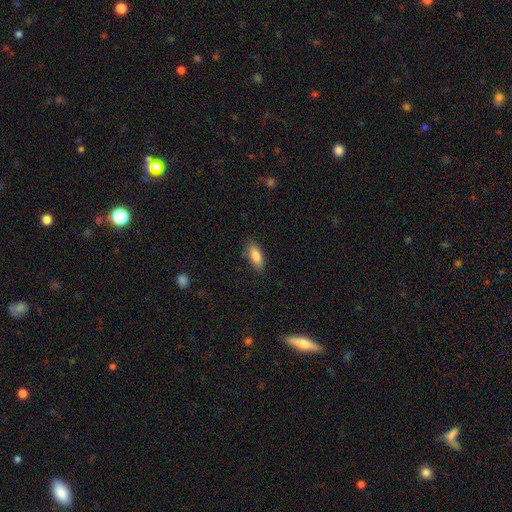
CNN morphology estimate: A smooth galaxy with no disk features (85%) that is in between round and cigar-shaped (78%). Merging: none (80%).